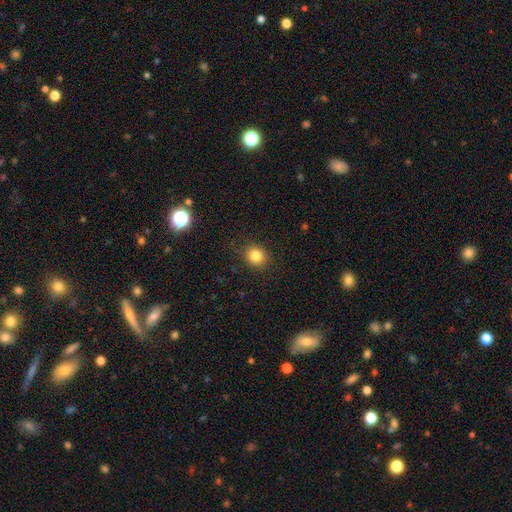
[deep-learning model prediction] smooth-or-featured: smooth: 83% | star or artifact: 12% | featured or disk: 6%
  how-rounded: round: 80% | in between: 19% | cigar-shaped: 1%
  merging: none: 89% | minor disturbance: 7% | major disturbance: 3% | merger: 1%